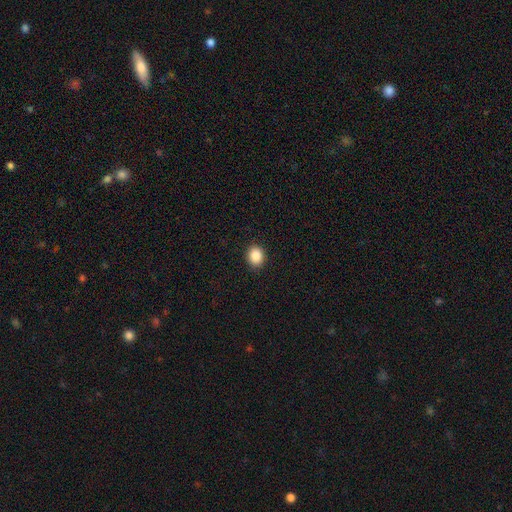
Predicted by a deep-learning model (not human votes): smooth_or_featured: smooth (p=0.87) [alt: star or artifact p=0.09]
how_rounded: round (p=0.65) [alt: in between p=0.34]
merging: none (p=0.91) [alt: minor disturbance p=0.06]